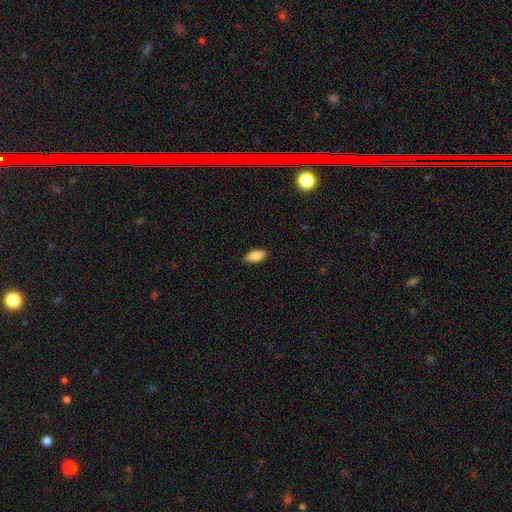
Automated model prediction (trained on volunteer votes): Overall: smooth (87%). How rounded: in between (86%). Merging: none (88%).